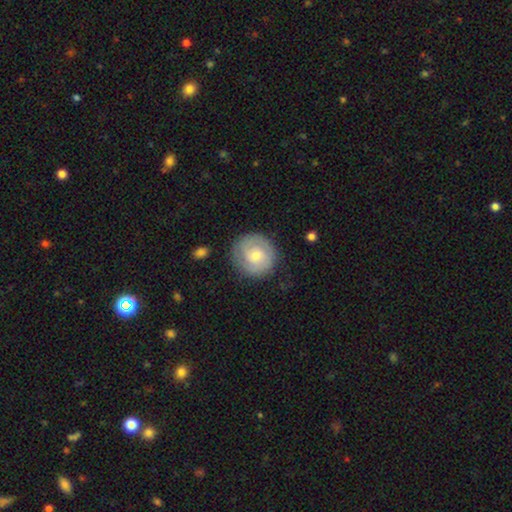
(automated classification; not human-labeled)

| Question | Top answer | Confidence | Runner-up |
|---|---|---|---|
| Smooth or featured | featured or disk | 53% | smooth (41%) |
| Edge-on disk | no | 98% | yes (2%) |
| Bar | no | 60% | weak (35%) |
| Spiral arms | yes | 84% | no (16%) |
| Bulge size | moderate | 48% | small (44%) |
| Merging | none | 82% | minor disturbance (13%) |